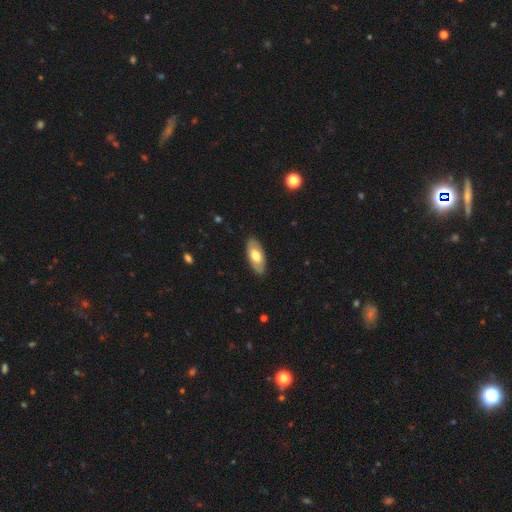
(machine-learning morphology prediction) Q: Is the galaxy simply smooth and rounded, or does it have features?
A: smooth — 57%.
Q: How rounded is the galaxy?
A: in between — 90%.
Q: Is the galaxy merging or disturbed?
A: none — 86%.